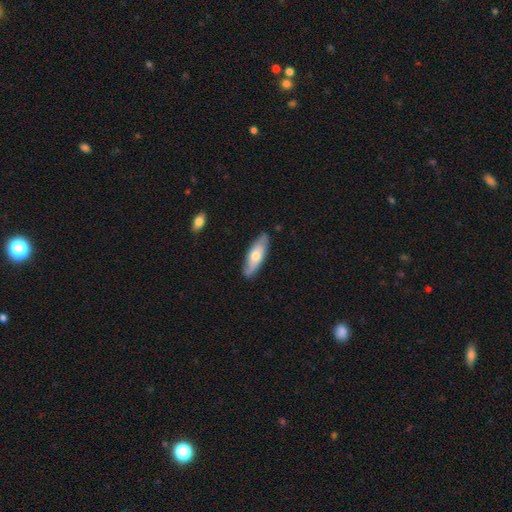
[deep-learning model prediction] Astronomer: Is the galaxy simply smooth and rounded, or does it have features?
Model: smooth — 59% (runner-up: featured or disk, 36%).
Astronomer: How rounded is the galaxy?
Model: in between — 59% (runner-up: cigar-shaped, 39%).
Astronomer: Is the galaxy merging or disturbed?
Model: none — 85%.